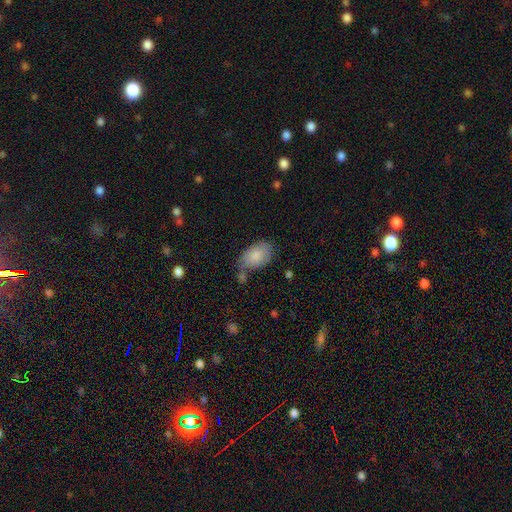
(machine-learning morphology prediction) Smooth or featured? smooth (82%)
How rounded? in between (91%)
Merging? none (56%)